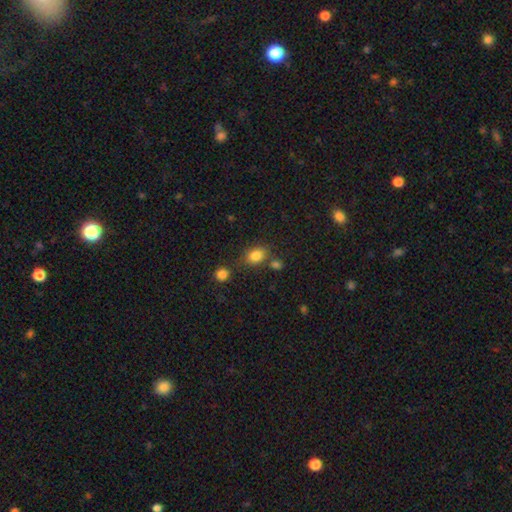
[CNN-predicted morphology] smooth-or-featured: smooth: 83% | star or artifact: 11% | featured or disk: 7%
  how-rounded: in between: 67% | round: 31% | cigar-shaped: 1%
  merging: none: 68% | minor disturbance: 14% | merger: 13% | major disturbance: 5%